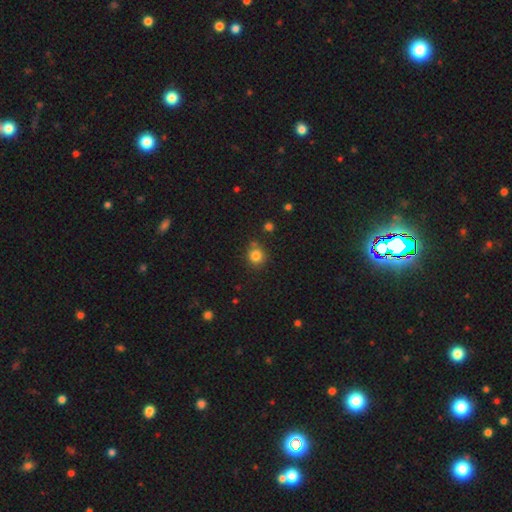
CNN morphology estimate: type=smooth (82%); roundness=round (87%); merging=none (77%).